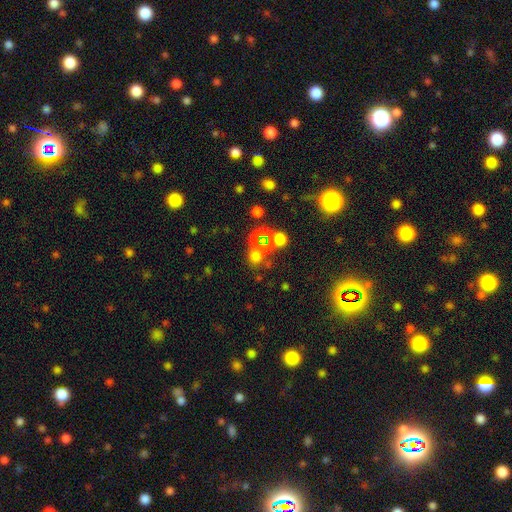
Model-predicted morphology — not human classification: type=smooth (50%); roundness=round (80%); merging=none (65%).